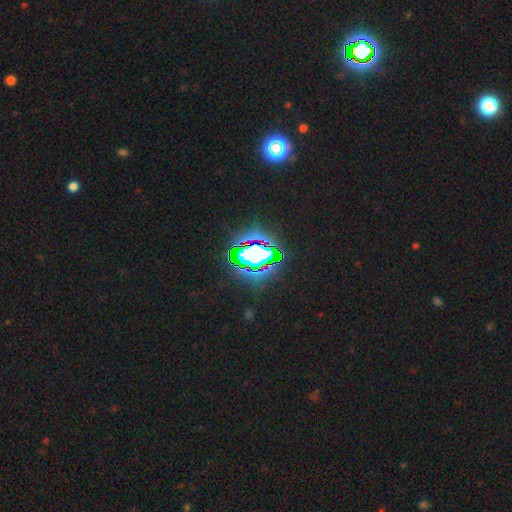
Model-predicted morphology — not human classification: Smooth or featured: star or artifact — 69% (smooth — 18%)